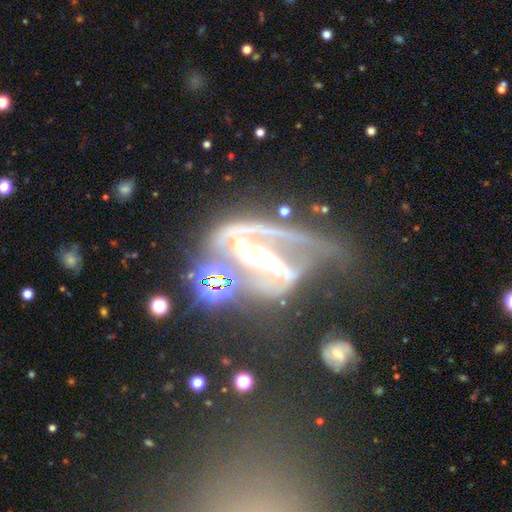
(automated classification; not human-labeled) Smooth or featured? Predicted: featured or disk (p=0.86). Edge-on disk? Predicted: no (p=0.90). Bar? Predicted: strong (p=0.60). Spiral arms? Predicted: yes (p=0.84). Spiral winding? Predicted: medium (p=0.44). Spiral arm count? Predicted: 2 (p=0.68). Bulge size? Predicted: moderate (p=0.46). Merging? Predicted: major disturbance (p=0.41).